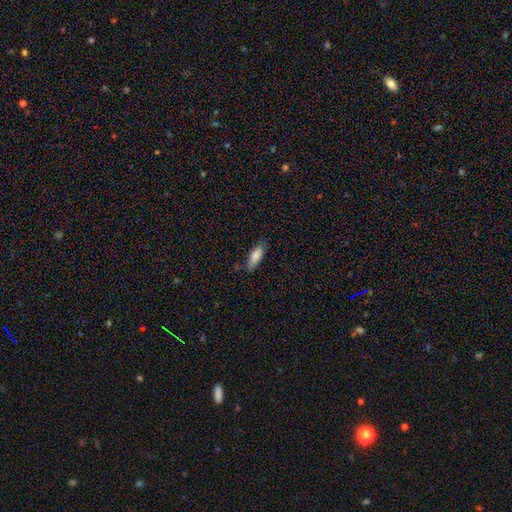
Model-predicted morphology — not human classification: type=smooth (82%); roundness=in between (57%); merging=none (76%).